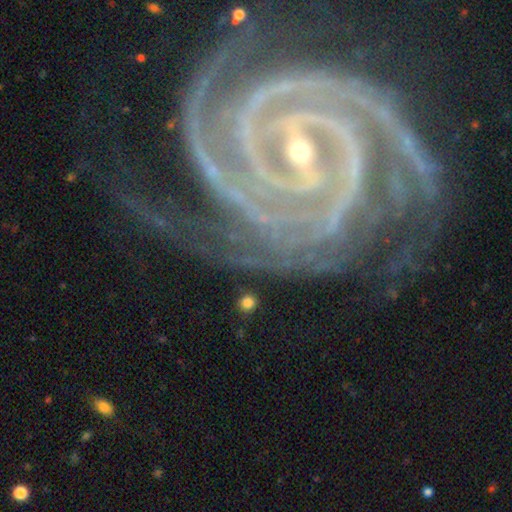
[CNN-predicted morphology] Smooth or featured: featured or disk — 92% (star or artifact — 5%)
Edge-on disk: no — 97% (yes — 3%)
Bar: strong — 57% (weak — 28%)
Spiral arms: yes — 99% (no — 1%)
Spiral winding: tight — 77% (medium — 20%)
Spiral arm count: 2 — 27% (3 — 21%)
Bulge size: small — 78% (moderate — 19%)
Merging: none — 71% (minor disturbance — 17%)